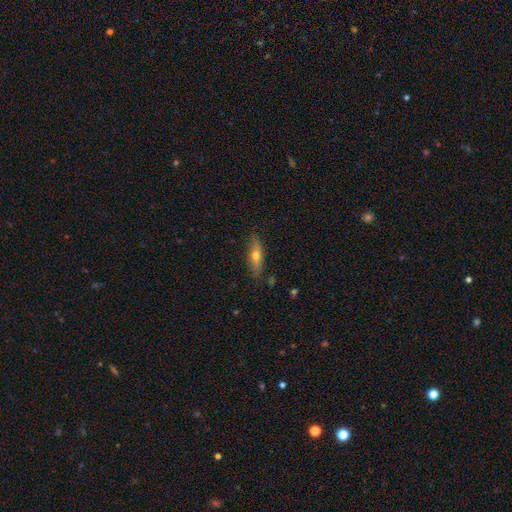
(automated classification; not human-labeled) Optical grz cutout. It shows a smooth galaxy with no disk features (53%) that is cigar-shaped (57%). Merging: none (82%).